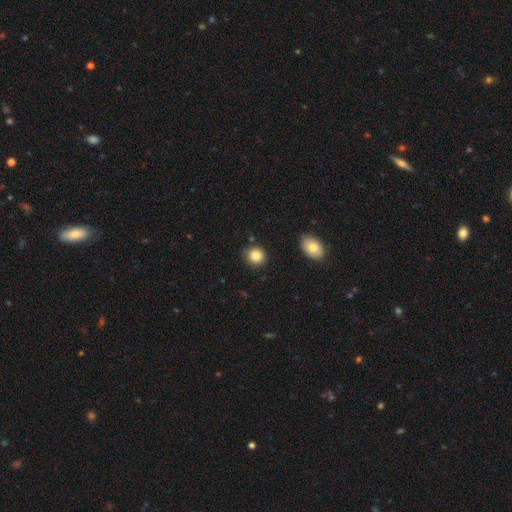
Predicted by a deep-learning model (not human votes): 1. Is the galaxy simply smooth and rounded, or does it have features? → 84% smooth, 9% star or artifact, 7% featured or disk.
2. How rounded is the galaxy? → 87% round, 12% in between, 1% cigar-shaped.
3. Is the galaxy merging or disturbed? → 86% none, 9% minor disturbance, 3% merger, 2% major disturbance.